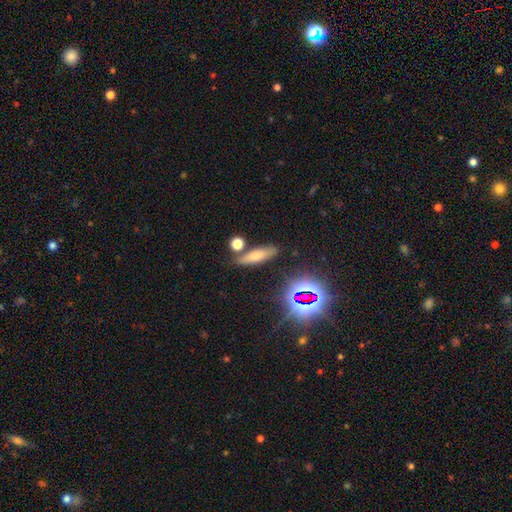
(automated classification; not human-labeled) smooth-or-featured: smooth: 65% | featured or disk: 19% | star or artifact: 16%
  how-rounded: cigar-shaped: 57% | in between: 37% | round: 6%
  merging: none: 77% | minor disturbance: 11% | merger: 8% | major disturbance: 4%